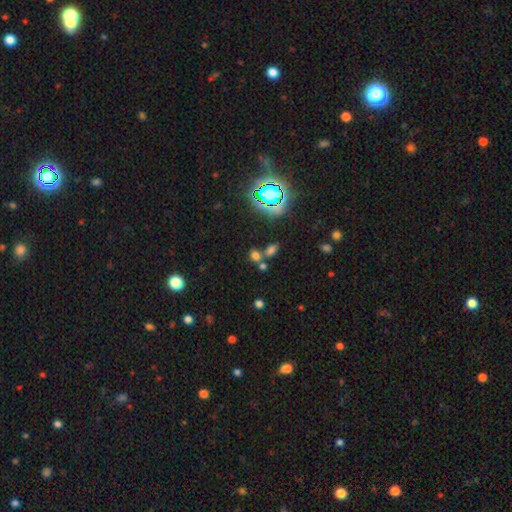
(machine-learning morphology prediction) smooth_or_featured: smooth (p=0.59) [alt: star or artifact p=0.31]
how_rounded: in between (p=0.54) [alt: round p=0.43]
merging: none (p=0.48) [alt: merger p=0.40]